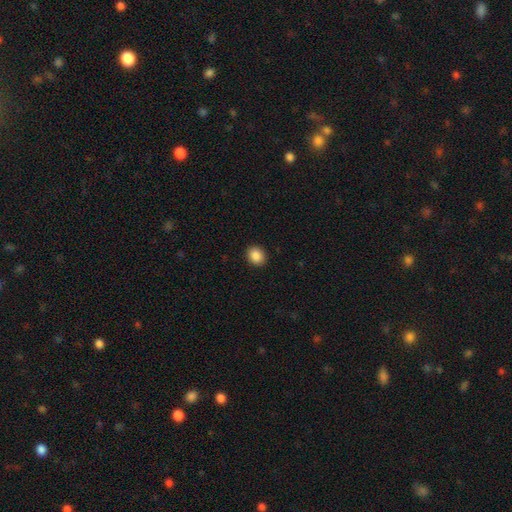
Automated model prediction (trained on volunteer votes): Morphology: type=smooth (88%); roundness=round (54%); merging=none (91%).